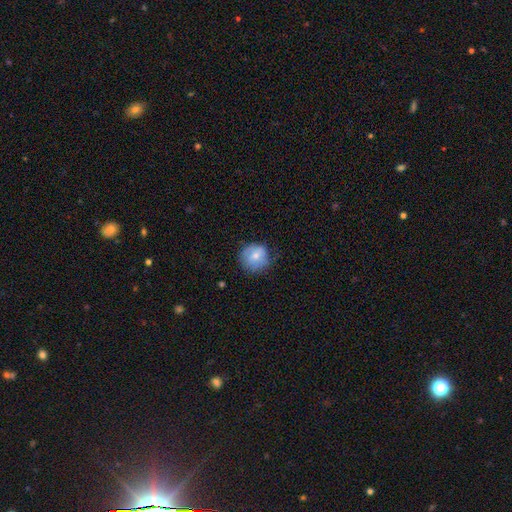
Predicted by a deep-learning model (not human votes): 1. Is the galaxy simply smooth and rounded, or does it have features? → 69% smooth, 23% featured or disk, 8% star or artifact.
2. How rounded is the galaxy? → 87% round, 12% in between, 1% cigar-shaped.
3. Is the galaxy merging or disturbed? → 69% none, 23% minor disturbance, 7% major disturbance, 1% merger.